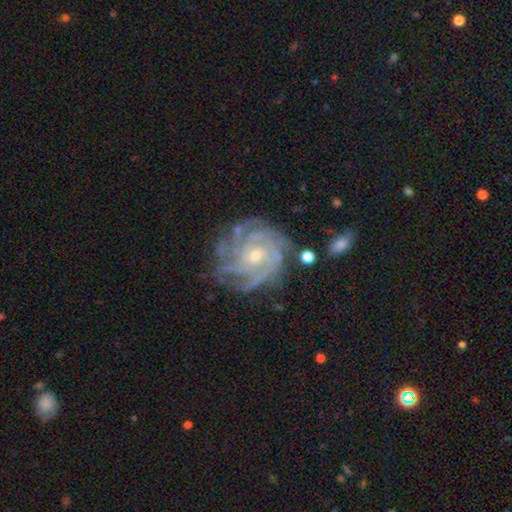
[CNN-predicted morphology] Smooth or featured? featured or disk (88%)
Edge-on disk? no (98%)
Bar? no (72%)
Spiral arms? yes (97%)
Spiral winding? tight (67%)
Spiral arm count? 4 (29%)
Bulge size? small (66%)
Merging? none (70%)